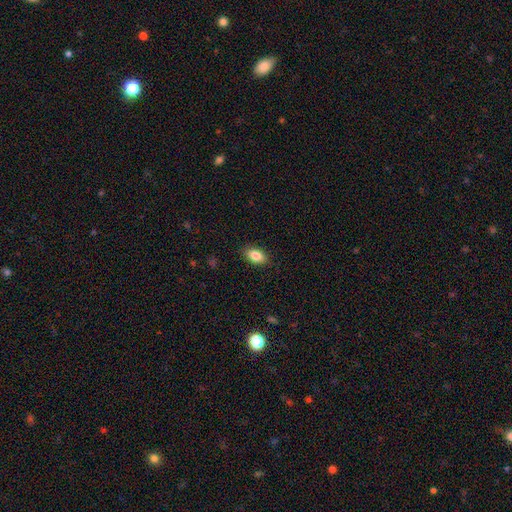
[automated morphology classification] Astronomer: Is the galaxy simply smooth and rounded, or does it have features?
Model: smooth — 85%.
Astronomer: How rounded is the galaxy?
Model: in between — 91%.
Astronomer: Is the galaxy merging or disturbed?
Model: none — 88%.